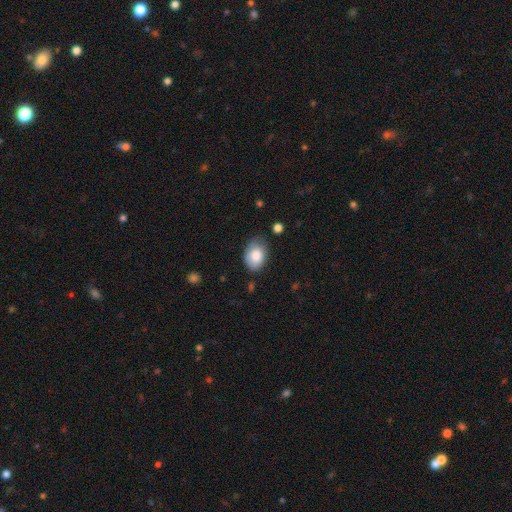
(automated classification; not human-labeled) This appears to be a smooth galaxy with no disk features (80%) that is in between round and cigar-shaped (84%). Merging: none (66%).